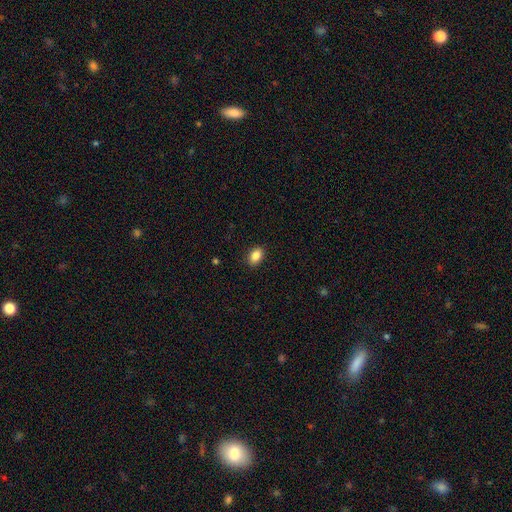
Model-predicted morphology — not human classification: This appears to be a smooth galaxy with no disk features (86%) that is in between round and cigar-shaped (85%). Merging: none (89%).